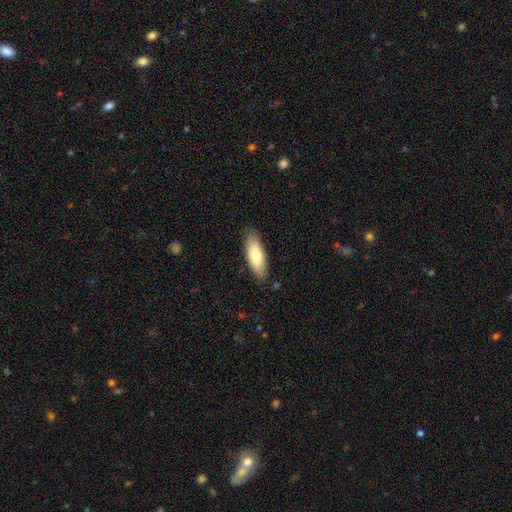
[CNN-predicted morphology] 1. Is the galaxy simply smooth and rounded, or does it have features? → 78% smooth, 16% featured or disk, 6% star or artifact.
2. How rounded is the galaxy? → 66% in between, 33% cigar-shaped, 2% round.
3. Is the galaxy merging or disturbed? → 85% none, 11% minor disturbance, 2% major disturbance, 1% merger.